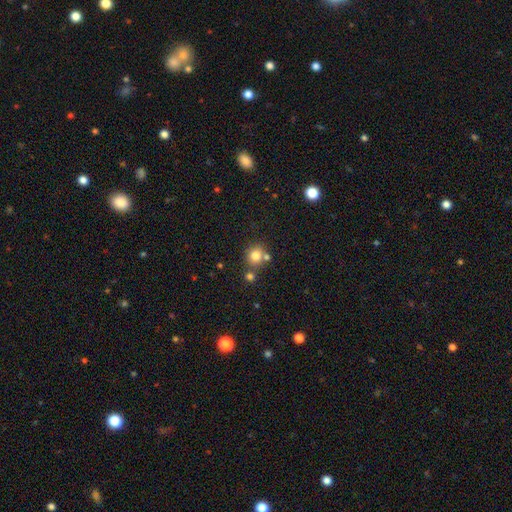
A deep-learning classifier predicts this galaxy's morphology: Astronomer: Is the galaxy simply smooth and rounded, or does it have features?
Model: smooth — 80%.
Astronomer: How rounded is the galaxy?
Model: round — 87%.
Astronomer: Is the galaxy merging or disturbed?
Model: none — 66%.